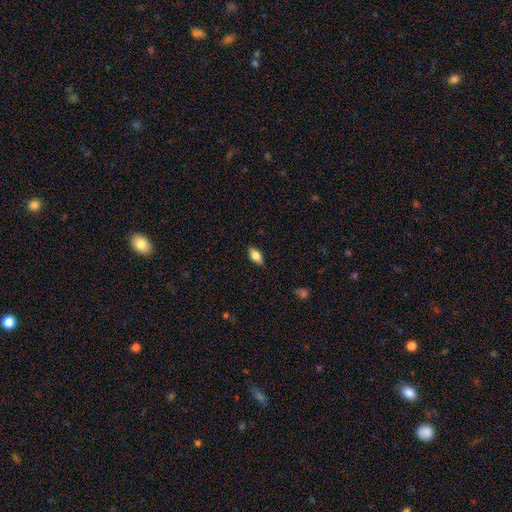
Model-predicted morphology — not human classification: A smooth galaxy with no disk features (81%) that is in between round and cigar-shaped (90%). Merging: none (88%).